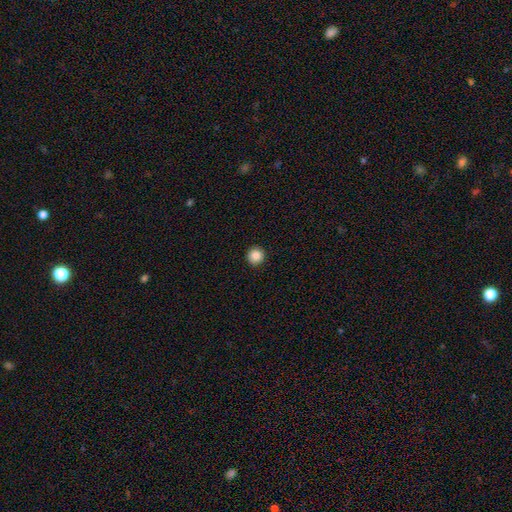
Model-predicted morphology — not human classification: This is clearly a smooth galaxy (87%). How rounded: clearly round (96%). Merging: clearly none (93%).